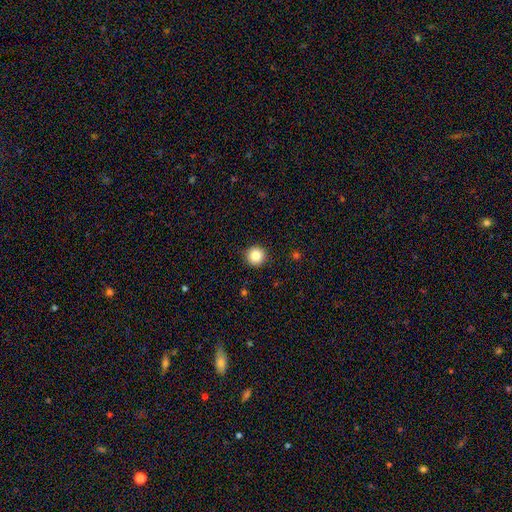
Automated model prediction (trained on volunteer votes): Smooth or featured? Predicted: smooth (p=0.84). How rounded? Predicted: round (p=0.96). Merging? Predicted: none (p=0.92).